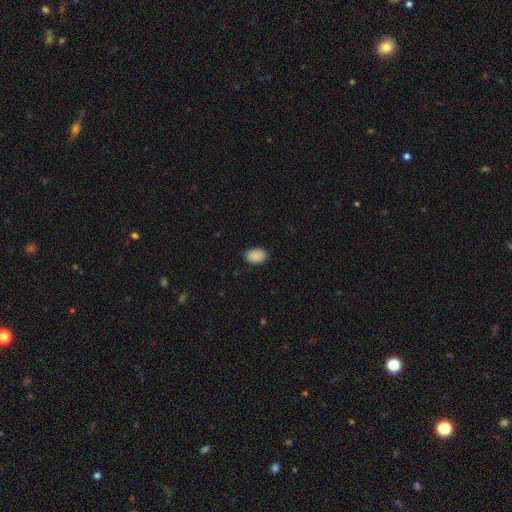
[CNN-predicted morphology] The model was most divided on "how rounded": in between: 86%, round: 13%, cigar-shaped: 1%. More confident: smooth or featured — smooth (90%); merging — none (86%).